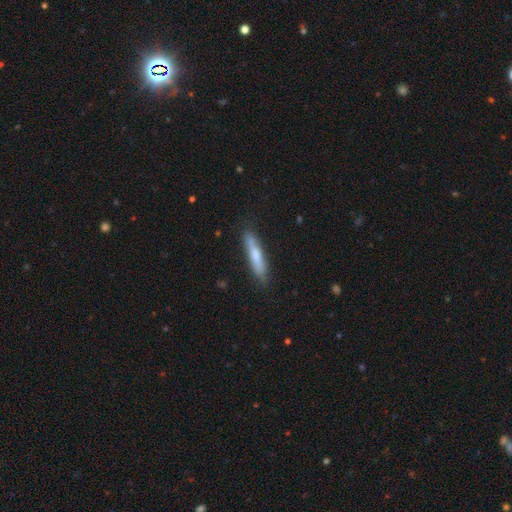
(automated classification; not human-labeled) A smooth galaxy with no disk features (68%) that is cigar-shaped (89%). Merging: none (81%).